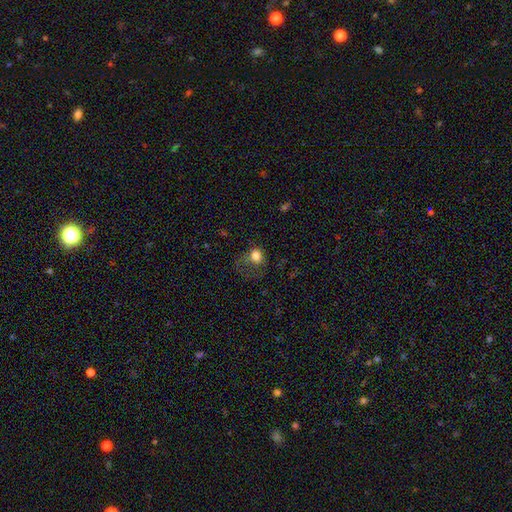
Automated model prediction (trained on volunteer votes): A smooth galaxy with no disk features (76%) that is round (61%).

Vote fractions:
- Smooth or featured? smooth: 76% / featured or disk: 13% / star or artifact: 11%
- How rounded? round: 61% / in between: 38% / cigar-shaped: 1%
- Merging? major disturbance: 46% / none: 29% / minor disturbance: 21% / merger: 3%